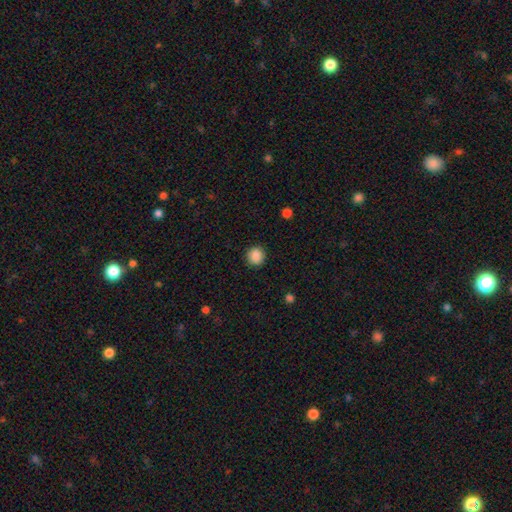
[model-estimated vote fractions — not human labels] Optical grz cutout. It shows a smooth galaxy with no disk features (88%) that is round (89%). Merging: none (90%).